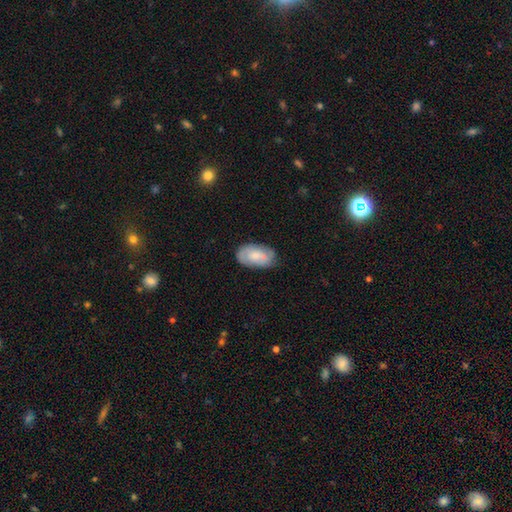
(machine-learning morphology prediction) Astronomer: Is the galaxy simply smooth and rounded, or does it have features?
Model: smooth — 66%.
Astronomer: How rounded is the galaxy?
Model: in between — 94%.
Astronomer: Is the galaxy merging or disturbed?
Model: none — 73%.